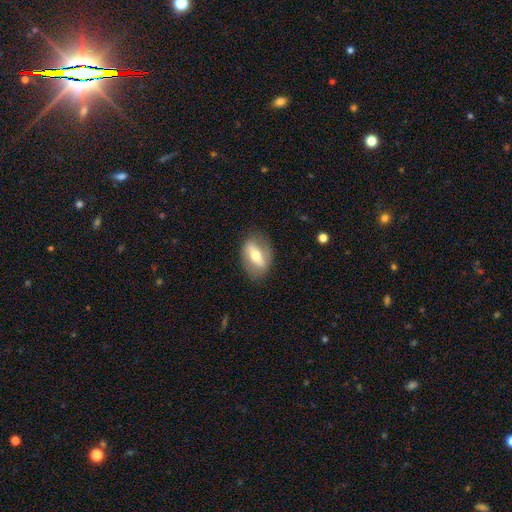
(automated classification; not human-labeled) Overall: featured or disk (53%; smooth 40%). Edge-on disk: no (74%). Merging: none (79%).